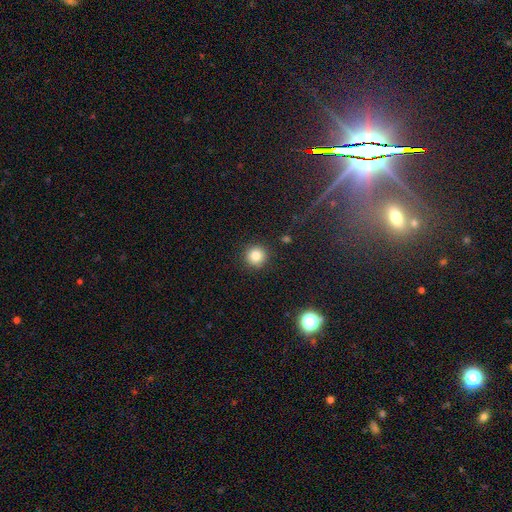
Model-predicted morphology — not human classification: Smooth or featured?
  - smooth: 83% *
  - star or artifact: 12%
  - featured or disk: 6%
How rounded?
  - round: 95% *
  - in between: 4%
  - cigar-shaped: 1%
Merging?
  - none: 90% *
  - minor disturbance: 6%
  - major disturbance: 2%
  - merger: 1%